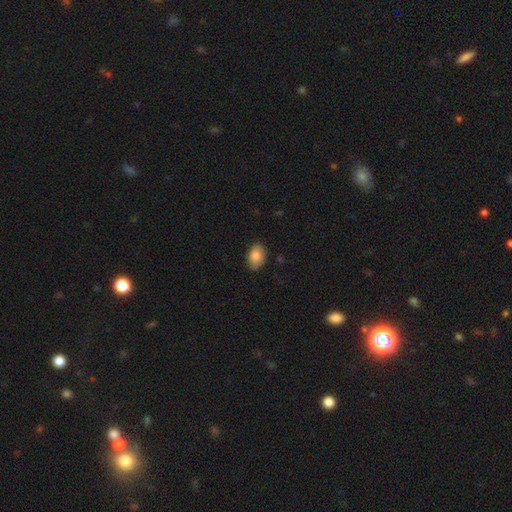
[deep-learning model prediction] Smooth or featured? Predicted: smooth (p=0.86). How rounded? Predicted: in between (p=0.85). Merging? Predicted: none (p=0.80).